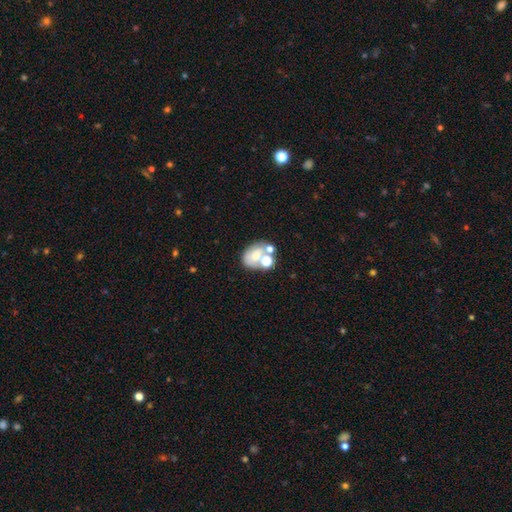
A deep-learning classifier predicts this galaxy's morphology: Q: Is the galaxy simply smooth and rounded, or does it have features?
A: smooth — 57%.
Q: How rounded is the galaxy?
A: in between — 61%.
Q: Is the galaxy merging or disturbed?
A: merger — 42%.